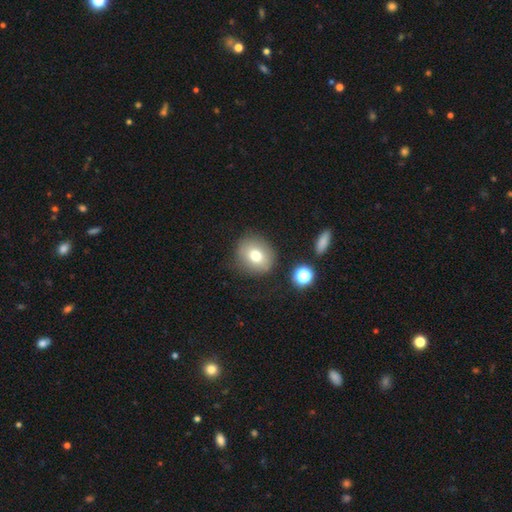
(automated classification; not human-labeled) Smooth or featured?
  - smooth: 74% *
  - featured or disk: 15%
  - star or artifact: 12%
How rounded?
  - round: 75% *
  - in between: 24%
  - cigar-shaped: 1%
Merging?
  - none: 82% *
  - minor disturbance: 11%
  - major disturbance: 4%
  - merger: 3%